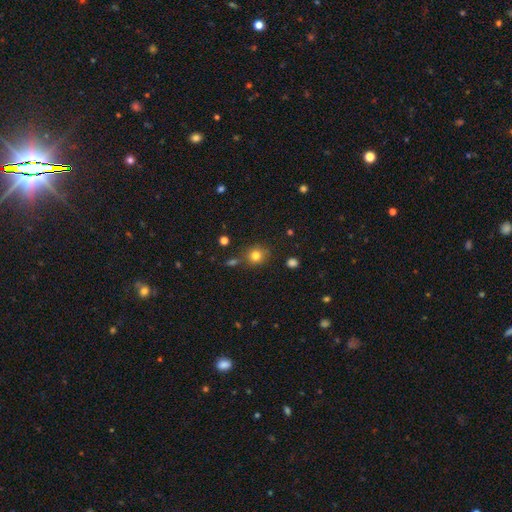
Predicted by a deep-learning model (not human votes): Smooth or featured?
  - smooth: 80% *
  - star or artifact: 13%
  - featured or disk: 7%
How rounded?
  - round: 85% *
  - in between: 14%
  - cigar-shaped: 1%
Merging?
  - none: 78% *
  - minor disturbance: 12%
  - merger: 7%
  - major disturbance: 3%